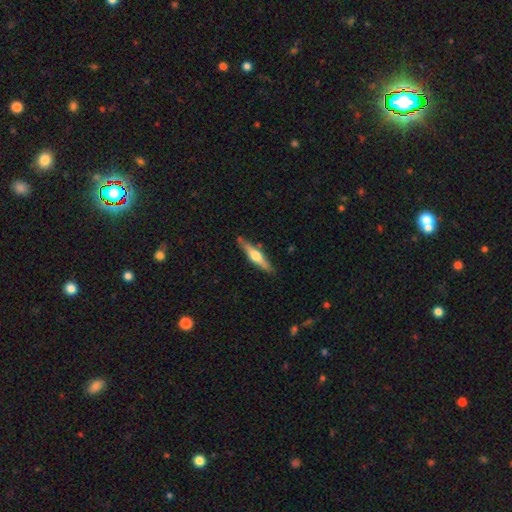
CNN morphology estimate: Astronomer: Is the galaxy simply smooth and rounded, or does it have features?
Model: featured or disk — 58% (runner-up: smooth, 36%).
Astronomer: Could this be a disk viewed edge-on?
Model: yes — 95%.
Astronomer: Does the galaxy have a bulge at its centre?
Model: rounded — 91%.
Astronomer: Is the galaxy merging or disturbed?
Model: none — 84%.